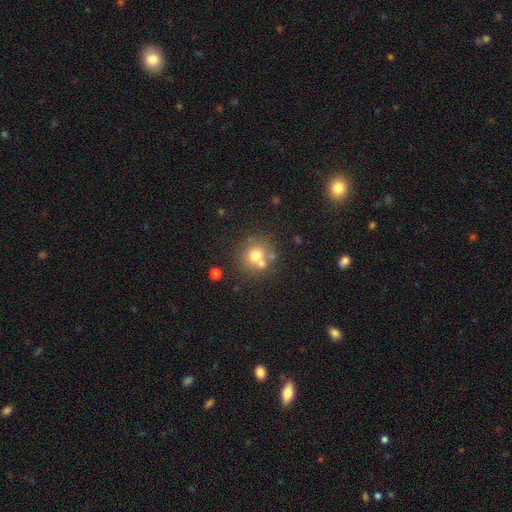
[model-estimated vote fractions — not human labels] Smooth or featured?
  - smooth: 69% *
  - featured or disk: 17%
  - star or artifact: 14%
How rounded?
  - round: 86% *
  - in between: 13%
  - cigar-shaped: 1%
Merging?
  - none: 61% *
  - merger: 24%
  - minor disturbance: 11%
  - major disturbance: 5%